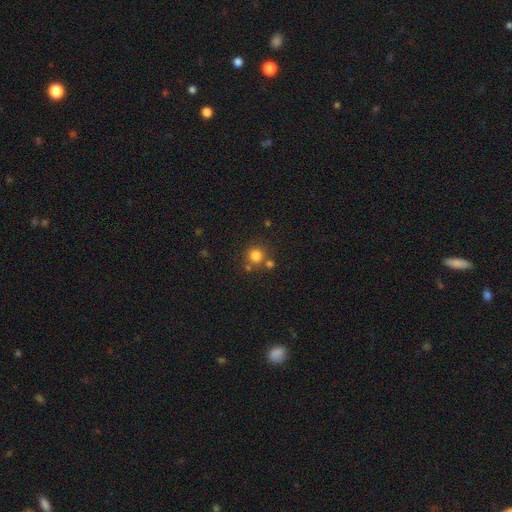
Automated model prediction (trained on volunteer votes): Morphology: type=smooth (81%); roundness=round (92%); merging=none (72%).